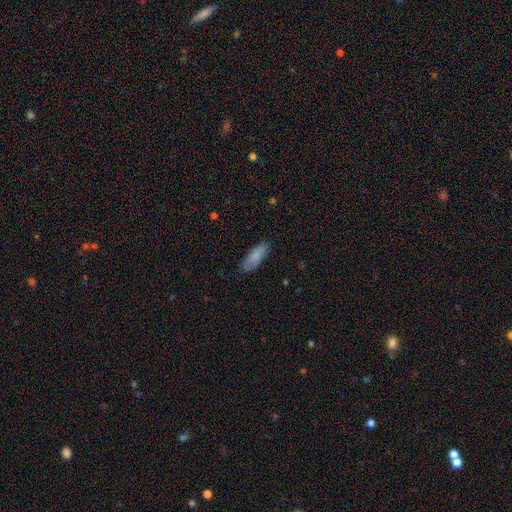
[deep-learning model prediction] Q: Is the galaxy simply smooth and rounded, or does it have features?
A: smooth — 82%.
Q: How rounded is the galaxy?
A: in between — 62%.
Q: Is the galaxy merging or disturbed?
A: none — 83%.